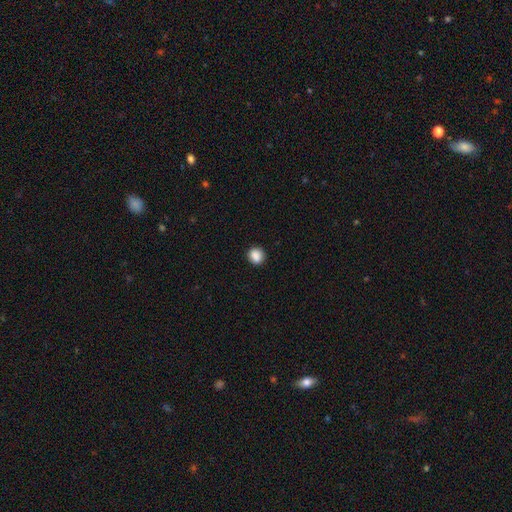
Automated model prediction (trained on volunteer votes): Smooth or featured? smooth (88%)
How rounded? round (75%)
Merging? none (88%)